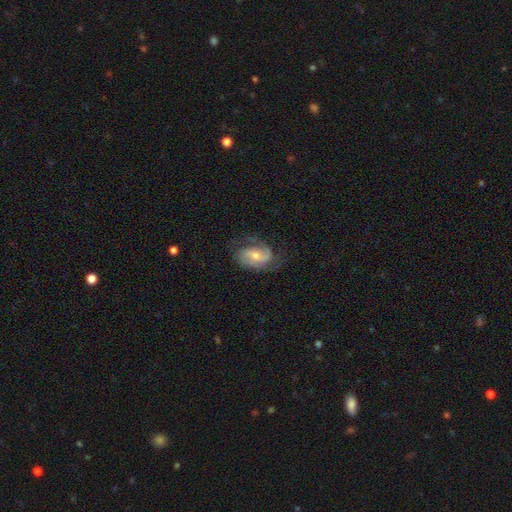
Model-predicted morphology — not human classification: This is likely a featured or disk galaxy (75%). It is clearly not viewed edge-on (96%). Bar: possibly no (48%). Spiral arm pattern: clearly yes (92%). Spiral arm count: likely 2 (63%). Spiral winding: marginally medium (44%). Central bulge: possibly moderate (49%). Merging: likely none (63%).